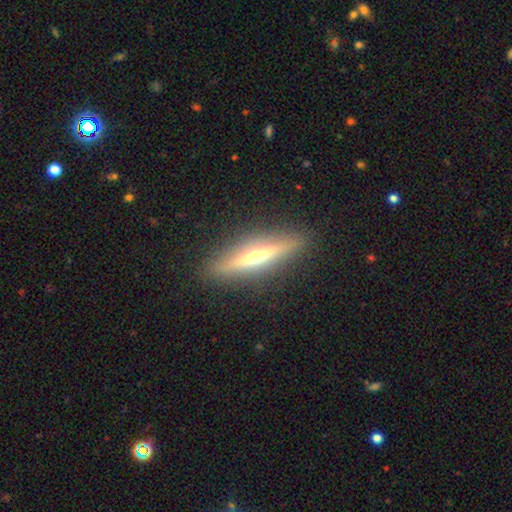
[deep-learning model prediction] smooth_or_featured: featured or disk (p=0.70) [alt: smooth p=0.23]
disk_edge_on: yes (p=0.96) [alt: no p=0.04]
edge_on_bulge: rounded (p=0.83) [alt: none p=0.11]
merging: none (p=0.90) [alt: minor disturbance p=0.07]